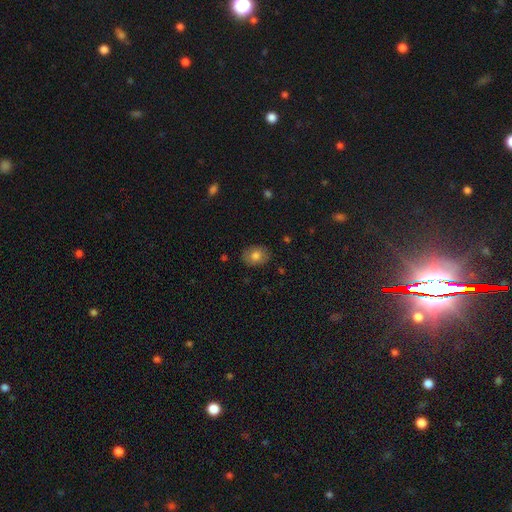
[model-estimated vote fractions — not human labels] This appears to be a smooth galaxy with no disk features (77%) that is in between round and cigar-shaped (63%). Merging: none (86%).